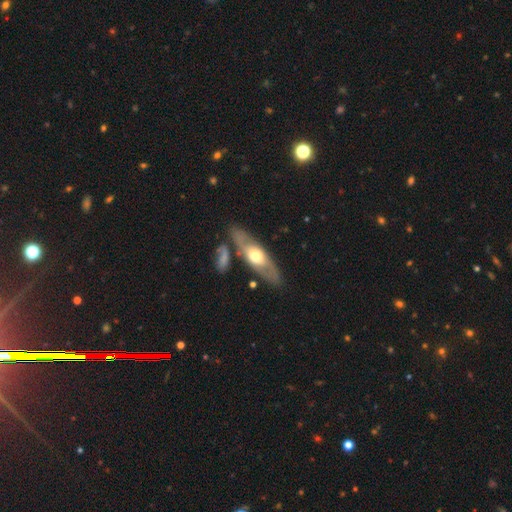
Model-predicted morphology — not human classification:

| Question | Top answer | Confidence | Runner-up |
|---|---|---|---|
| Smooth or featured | featured or disk | 56% | smooth (39%) |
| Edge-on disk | no | 57% | yes (43%) |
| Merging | none | 78% | minor disturbance (11%) |